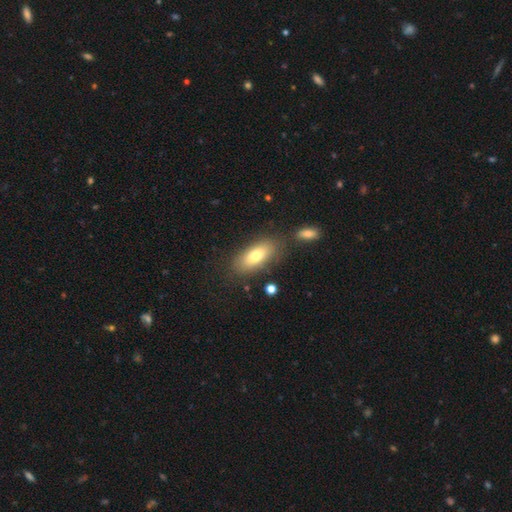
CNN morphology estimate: Smooth or featured?
  - smooth: 74% *
  - featured or disk: 19%
  - star or artifact: 8%
How rounded?
  - in between: 83% *
  - cigar-shaped: 13%
  - round: 4%
Merging?
  - none: 76% *
  - minor disturbance: 13%
  - merger: 6%
  - major disturbance: 4%